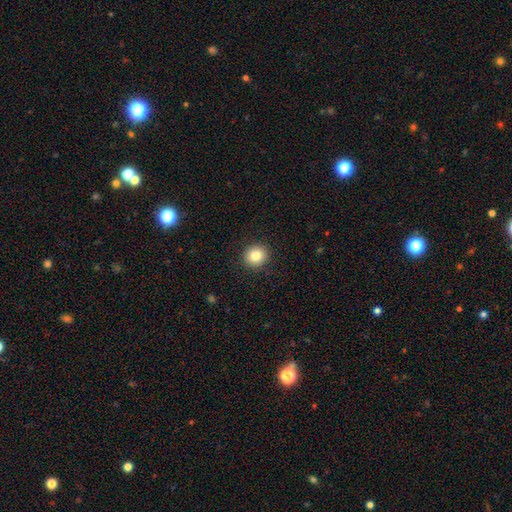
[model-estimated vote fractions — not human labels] Q: Smooth or featured?
A: smooth (83%); runner-up: star or artifact (10%)
Q: How rounded?
A: round (88%); runner-up: in between (11%)
Q: Merging?
A: none (91%); runner-up: minor disturbance (6%)